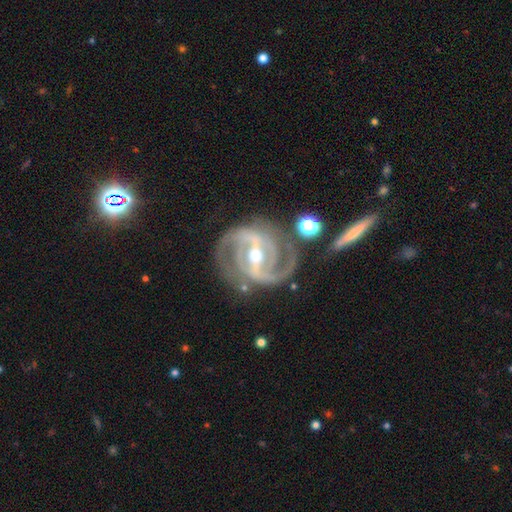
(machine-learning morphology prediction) The model was most divided on "spiral winding" (2-way tie): tight: 46%, medium: 46%, loose: 8%. More confident: spiral arms — yes (97%); edge-on disk — no (97%); smooth or featured — featured or disk (92%); merging — none (73%); spiral arm count — 2 (71%); bar — strong (66%); bulge size — moderate (58%).